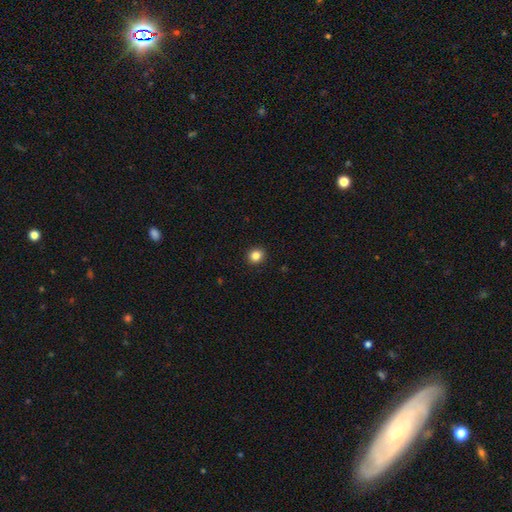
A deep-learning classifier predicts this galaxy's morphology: This appears to be a smooth galaxy with no disk features (85%) that is round (83%). Merging: none (93%).